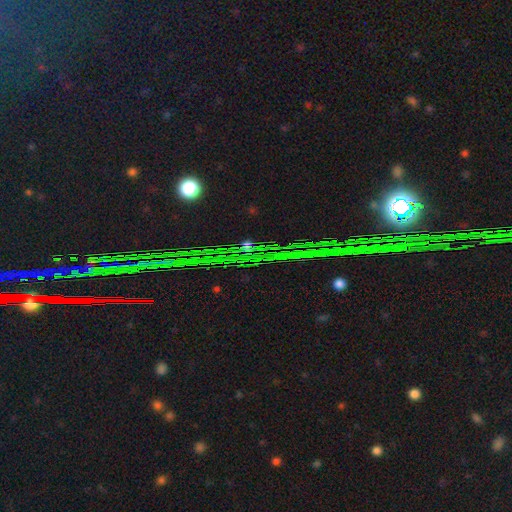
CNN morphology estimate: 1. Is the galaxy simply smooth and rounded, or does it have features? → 82% star or artifact, 10% featured or disk, 8% smooth.